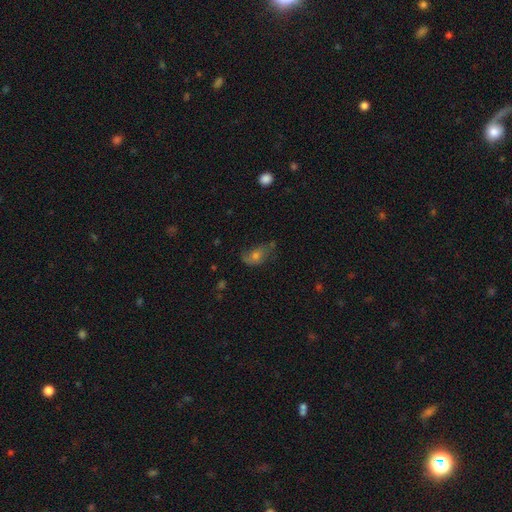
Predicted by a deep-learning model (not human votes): This appears to be a smooth galaxy with no disk features (46%). Merging: none (50%).